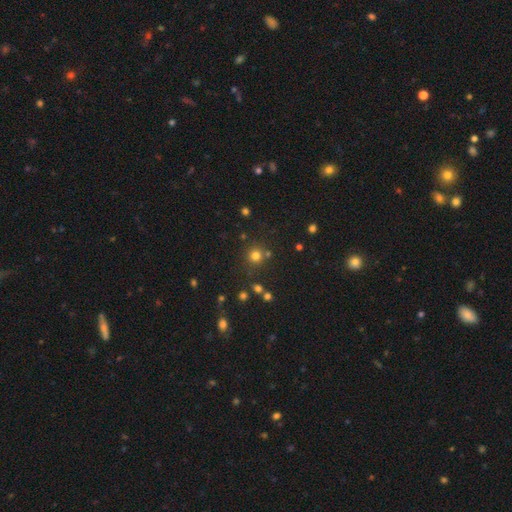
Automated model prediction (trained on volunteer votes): Q: Smooth or featured?
A: smooth (75%); runner-up: star or artifact (19%)
Q: How rounded?
A: round (93%); runner-up: in between (6%)
Q: Merging?
A: none (79%); runner-up: merger (9%)